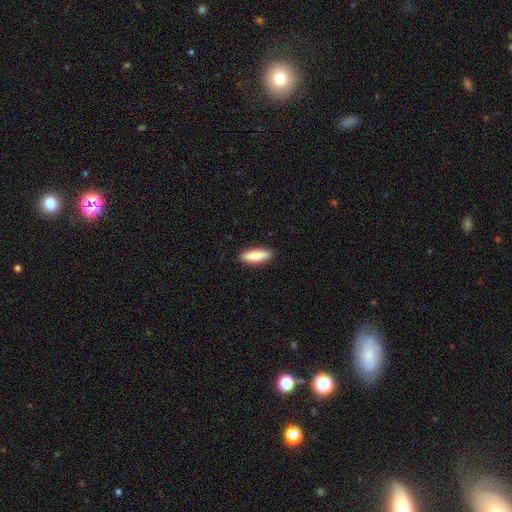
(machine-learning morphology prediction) smooth 83%, featured or disk 11%, star or artifact 5%. Down the decision tree: how rounded — in between (52%); merging — none (90%).